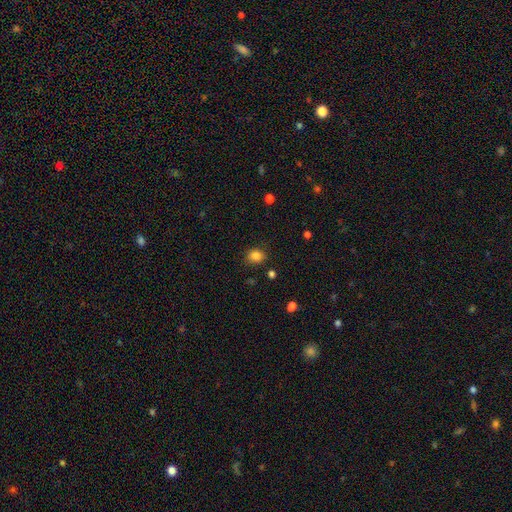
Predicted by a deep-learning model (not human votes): smooth 84%, star or artifact 11%, featured or disk 4%. Down the decision tree: how rounded — round (58%); merging — none (83%).